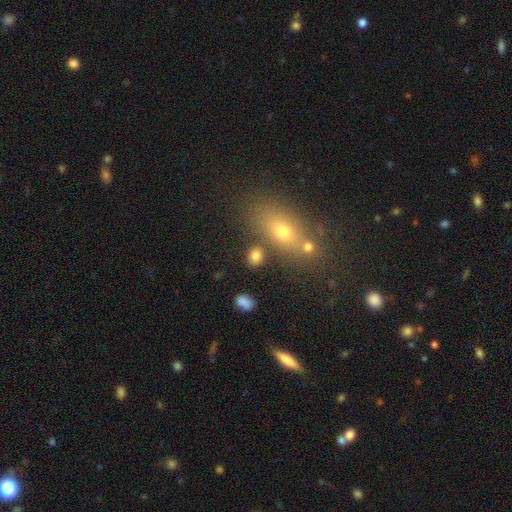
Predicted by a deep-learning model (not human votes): Smooth or featured? smooth (80%)
How rounded? in between (53%)
Merging? none (73%)